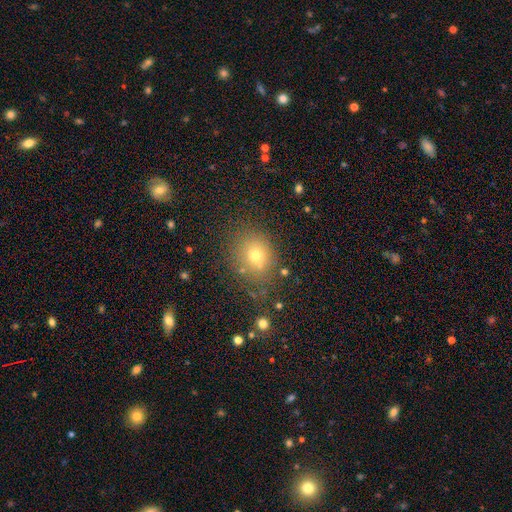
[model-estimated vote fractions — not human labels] smooth_or_featured: smooth (p=0.71) [alt: star or artifact p=0.17]
how_rounded: round (p=0.63) [alt: in between p=0.36]
merging: none (p=0.76) [alt: minor disturbance p=0.14]